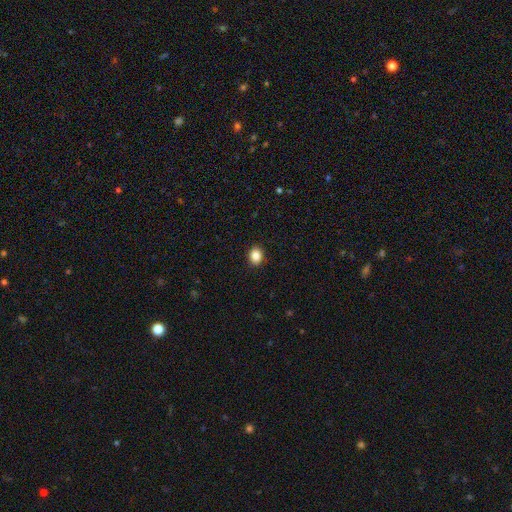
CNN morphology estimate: smooth 86%, star or artifact 9%, featured or disk 5%. Down the decision tree: how rounded — in between (50%); merging — none (91%).